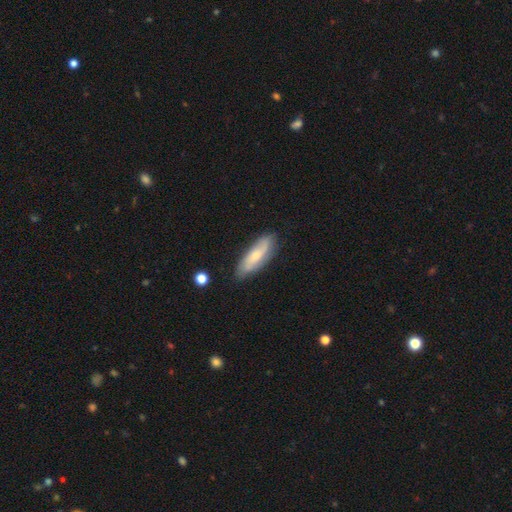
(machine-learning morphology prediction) Smooth or featured: smooth — 52% (featured or disk — 42%)
How rounded: in between — 57% (cigar-shaped — 41%)
Merging: none — 79% (minor disturbance — 16%)